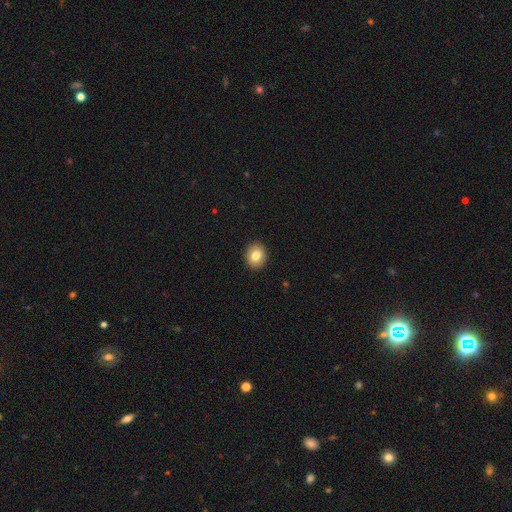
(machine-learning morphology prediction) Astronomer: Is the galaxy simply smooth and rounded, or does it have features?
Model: smooth — 80%.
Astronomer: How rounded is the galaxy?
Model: round — 75%.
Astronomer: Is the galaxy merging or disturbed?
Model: none — 92%.